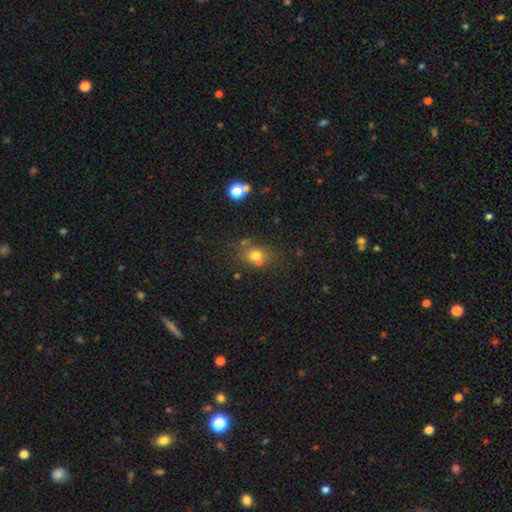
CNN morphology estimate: Smooth or featured? Predicted: smooth (p=0.70). How rounded? Predicted: round (p=0.57). Merging? Predicted: none (p=0.56).